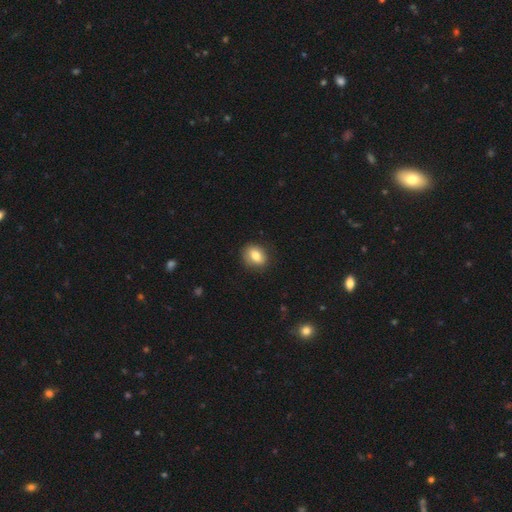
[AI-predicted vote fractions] Q: Smooth or featured?
A: smooth (79%); runner-up: featured or disk (12%)
Q: How rounded?
A: in between (59%); runner-up: round (39%)
Q: Merging?
A: none (85%); runner-up: minor disturbance (12%)